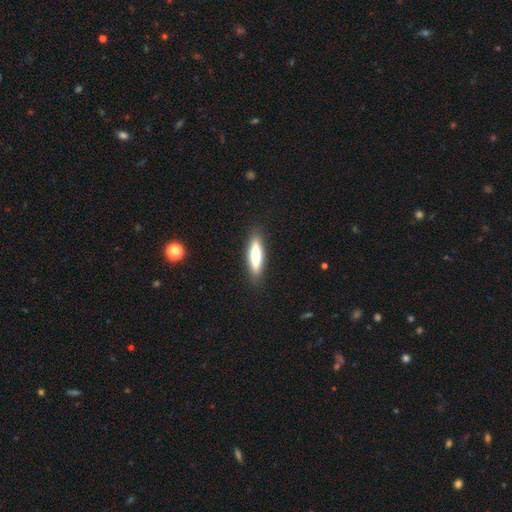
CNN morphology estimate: This appears to be a smooth galaxy with no disk features (67%) that is cigar-shaped (73%). Merging: none (89%).